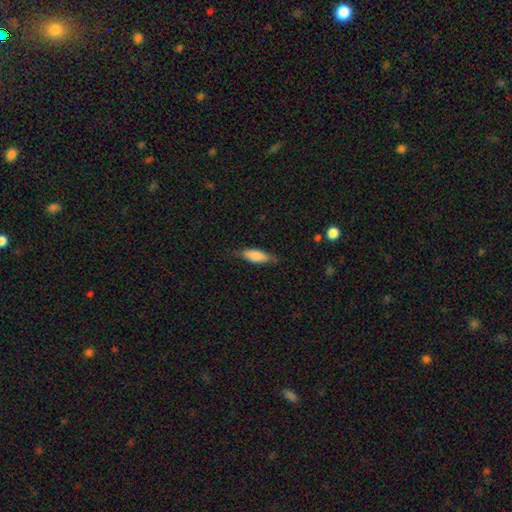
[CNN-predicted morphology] Smooth or featured? Predicted: smooth (p=0.80). How rounded? Predicted: in between (p=0.62). Merging? Predicted: none (p=0.71).